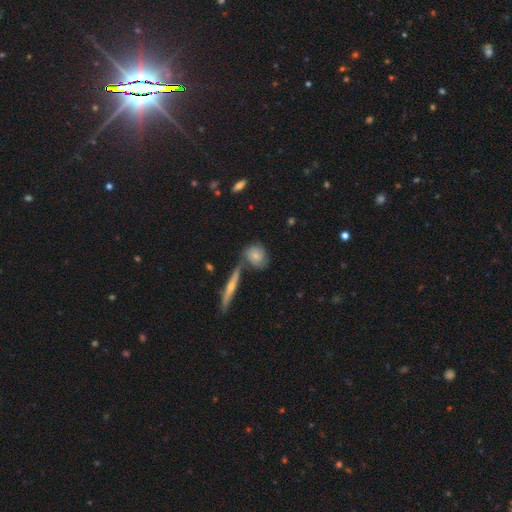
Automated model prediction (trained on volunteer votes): Morphology: type=smooth (59%); roundness=round (63%); merging=none (60%).